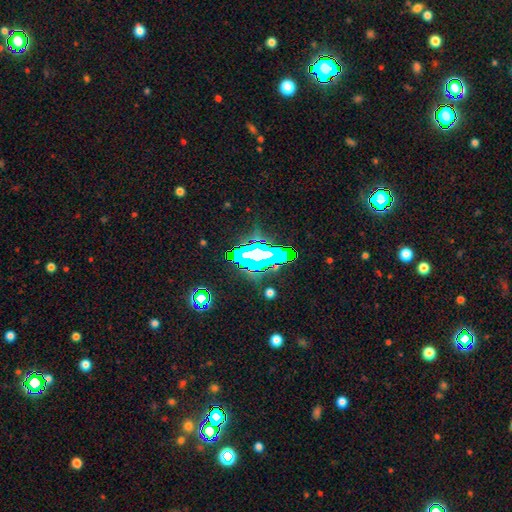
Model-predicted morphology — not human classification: Smooth or featured: star or artifact — 55% (featured or disk — 22%)